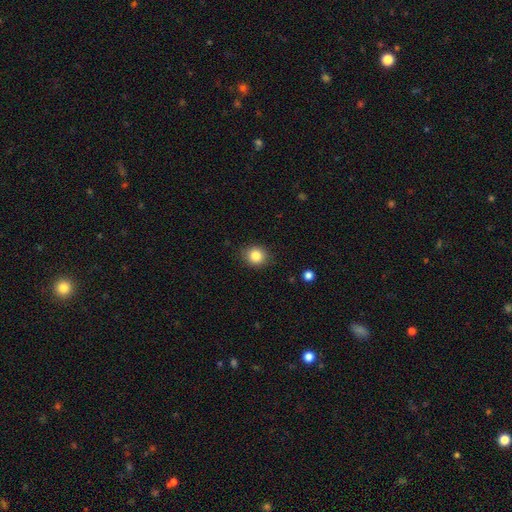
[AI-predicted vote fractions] Smooth or featured: smooth — 85% (star or artifact — 10%)
How rounded: round — 82% (in between — 17%)
Merging: none — 87% (minor disturbance — 10%)